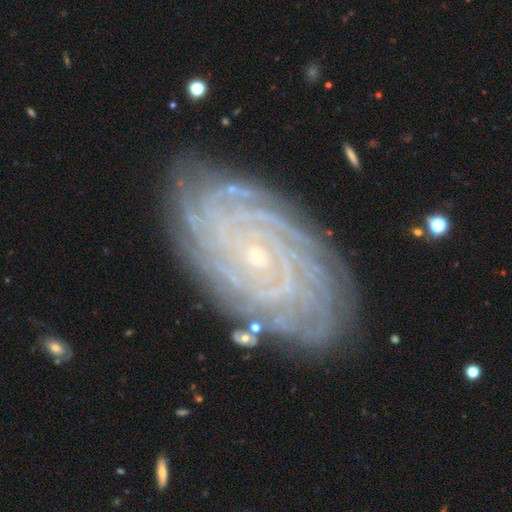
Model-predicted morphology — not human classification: Smooth or featured? featured or disk (89%)
Edge-on disk? no (97%)
Bar? no (74%)
Spiral arms? yes (98%)
Spiral winding? tight (89%)
Spiral arm count? more than 4 (30%)
Bulge size? small (86%)
Merging? none (84%)